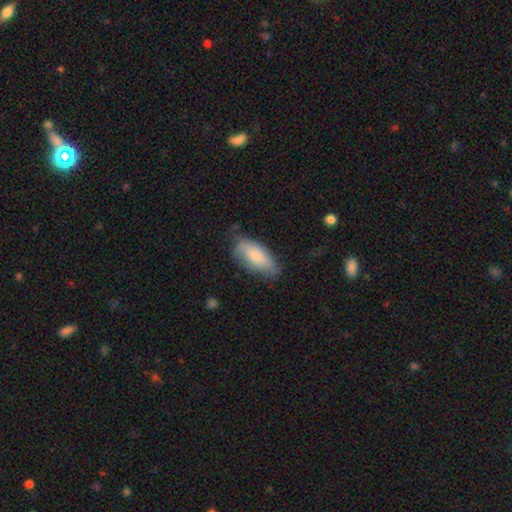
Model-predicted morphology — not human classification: Smooth or featured? smooth (76%)
How rounded? in between (85%)
Merging? none (66%)